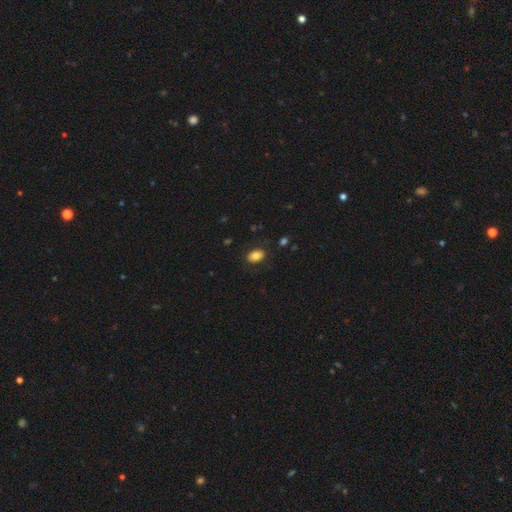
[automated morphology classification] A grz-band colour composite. It shows a smooth galaxy with no disk features (82%) that is in between round and cigar-shaped (86%). Merging: none (85%).